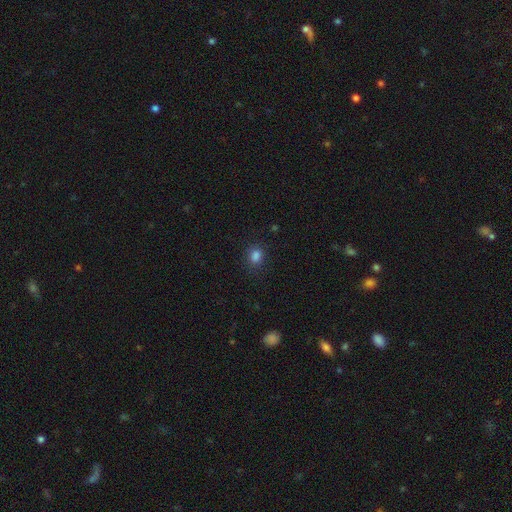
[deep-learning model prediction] Morphology: type=smooth (82%); roundness=round (56%); merging=none (82%).